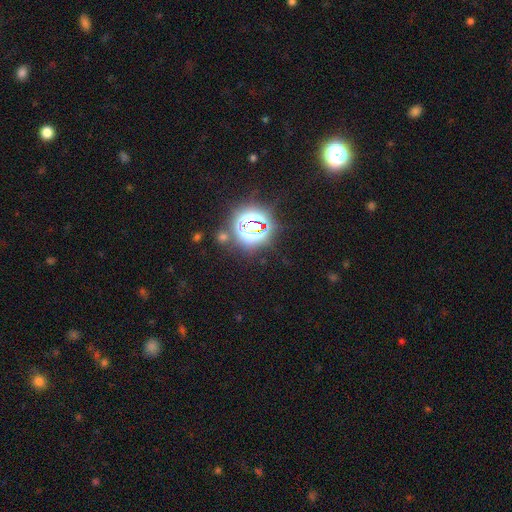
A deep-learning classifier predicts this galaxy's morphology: star or artifact 77%, smooth 17%, featured or disk 5%.